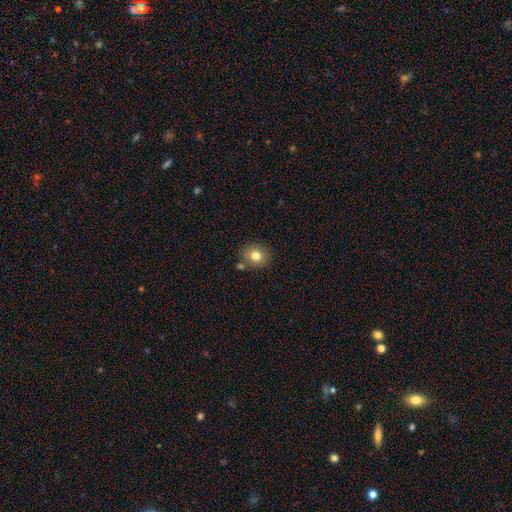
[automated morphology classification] smooth_or_featured: smooth (p=0.79) [alt: star or artifact p=0.12]
how_rounded: round (p=0.78) [alt: in between p=0.21]
merging: none (p=0.78) [alt: minor disturbance p=0.10]